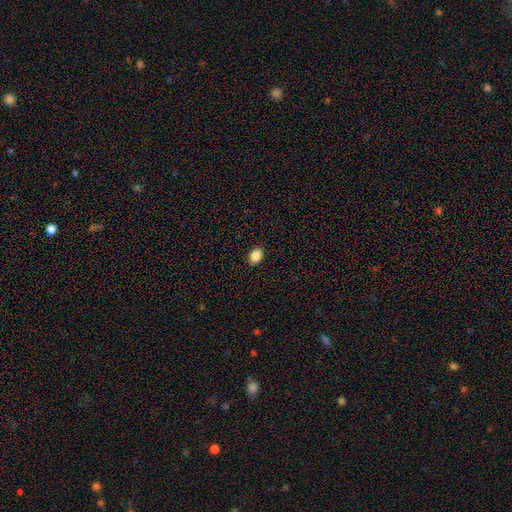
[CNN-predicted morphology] Smooth or featured: smooth — 87% (star or artifact — 9%)
How rounded: in between — 78% (round — 21%)
Merging: none — 90% (minor disturbance — 7%)